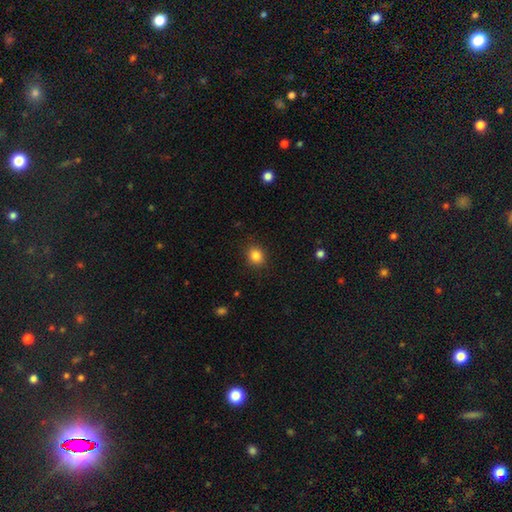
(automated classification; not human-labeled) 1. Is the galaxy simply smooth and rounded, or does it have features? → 85% smooth, 10% star or artifact, 5% featured or disk.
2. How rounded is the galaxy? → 70% round, 29% in between, 1% cigar-shaped.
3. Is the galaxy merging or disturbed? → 89% none, 7% minor disturbance, 2% major disturbance, 1% merger.